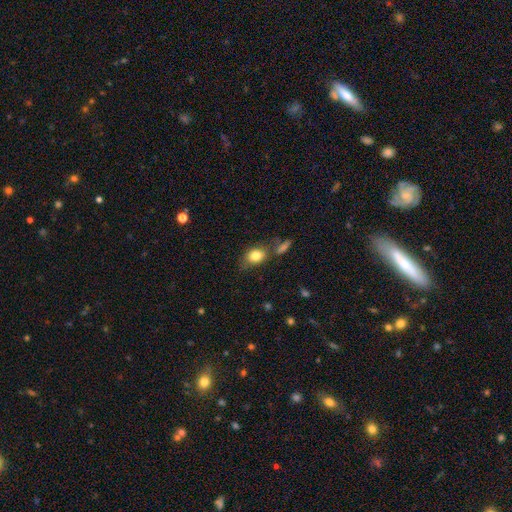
smooth_or_featured: smooth (p=0.87) [alt: featured or disk p=0.08]
how_rounded: in between (p=0.73) [alt: round p=0.27]
merging: none (p=0.61) [alt: minor disturbance p=0.19]